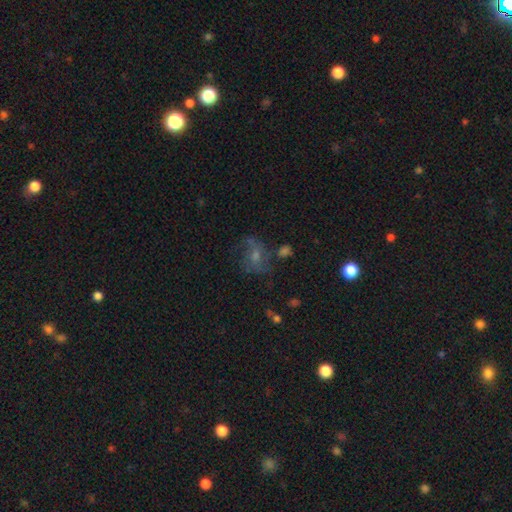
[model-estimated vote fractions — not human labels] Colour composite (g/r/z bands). It shows a featured or disk galaxy (49%). Merging: none (52%).